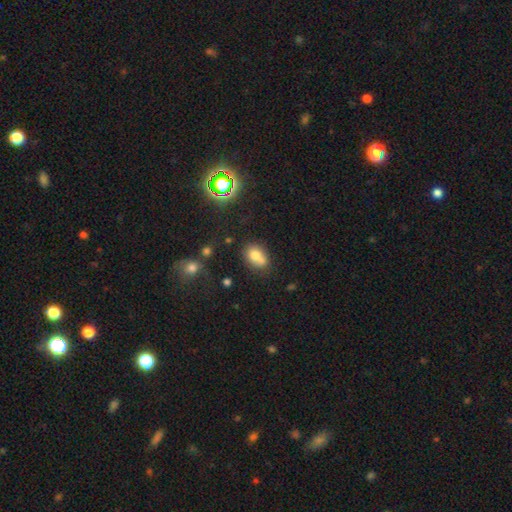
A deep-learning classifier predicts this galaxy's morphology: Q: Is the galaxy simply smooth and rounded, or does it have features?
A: smooth — 71%.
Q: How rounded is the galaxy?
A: in between — 63%.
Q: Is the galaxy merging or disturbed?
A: none — 43%.